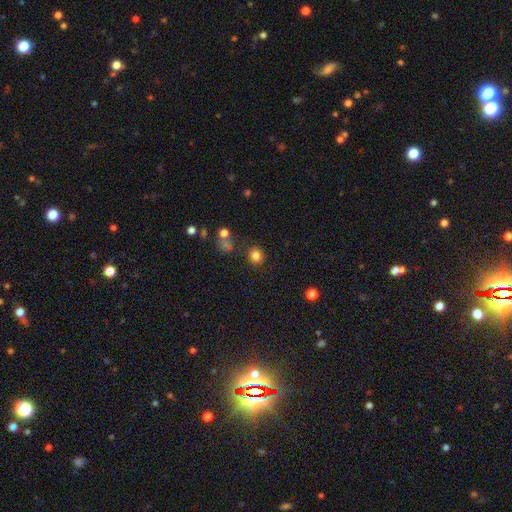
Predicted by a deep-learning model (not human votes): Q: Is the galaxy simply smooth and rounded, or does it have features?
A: smooth — 82%.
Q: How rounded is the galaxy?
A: round — 87%.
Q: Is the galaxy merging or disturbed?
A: none — 83%.